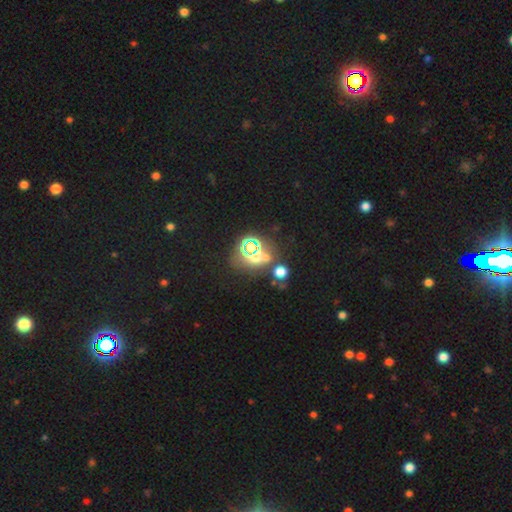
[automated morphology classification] star or artifact 57%, smooth 31%, featured or disk 12%.